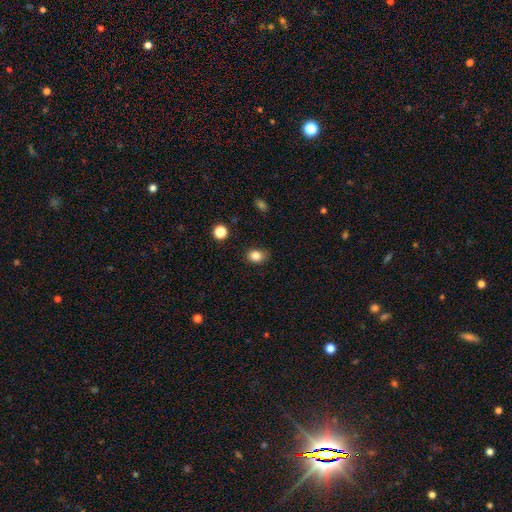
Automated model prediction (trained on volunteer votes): smooth 85%, star or artifact 11%, featured or disk 4%. Down the decision tree: how rounded — in between (53%); merging — none (77%).